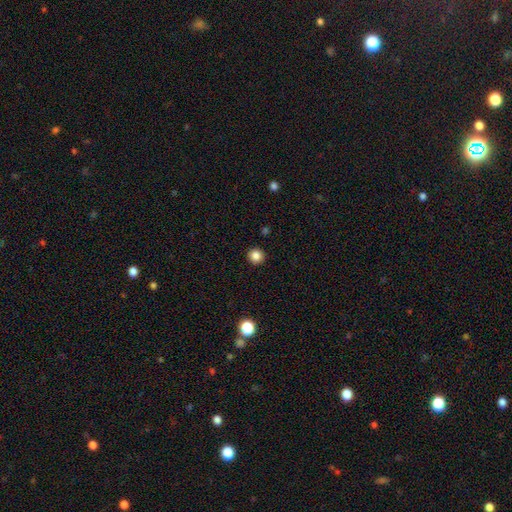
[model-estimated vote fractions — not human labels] smooth 84%, star or artifact 11%, featured or disk 4%. Down the decision tree: how rounded — round (95%); merging — none (93%).